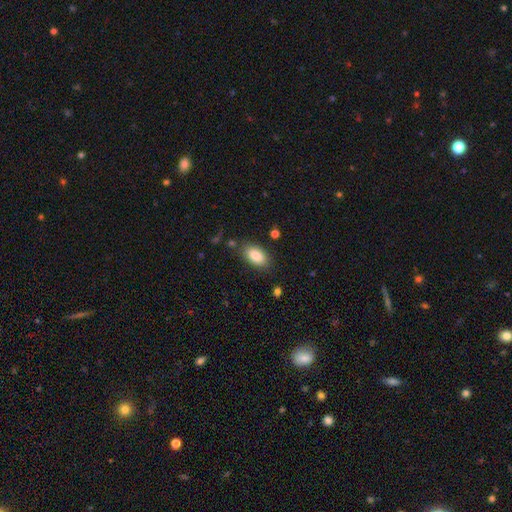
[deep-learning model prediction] A smooth galaxy with no disk features (85%) that is in between round and cigar-shaped (92%). Merging: none (82%).